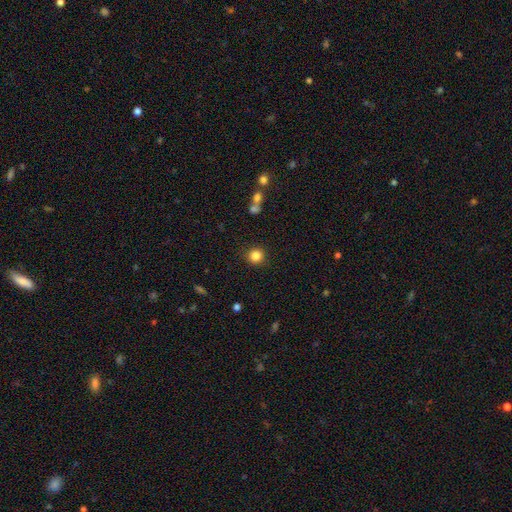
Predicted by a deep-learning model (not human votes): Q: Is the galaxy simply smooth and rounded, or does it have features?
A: smooth — 85%.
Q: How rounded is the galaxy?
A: round — 92%.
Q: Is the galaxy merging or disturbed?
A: none — 90%.